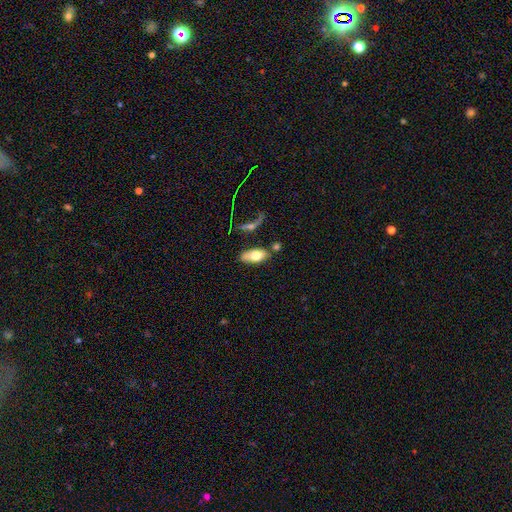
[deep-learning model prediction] Smooth or featured?
  - smooth: 69% *
  - featured or disk: 25%
  - star or artifact: 7%
How rounded?
  - in between: 86% *
  - cigar-shaped: 10%
  - round: 3%
Merging?
  - none: 63% *
  - minor disturbance: 18%
  - merger: 12%
  - major disturbance: 6%